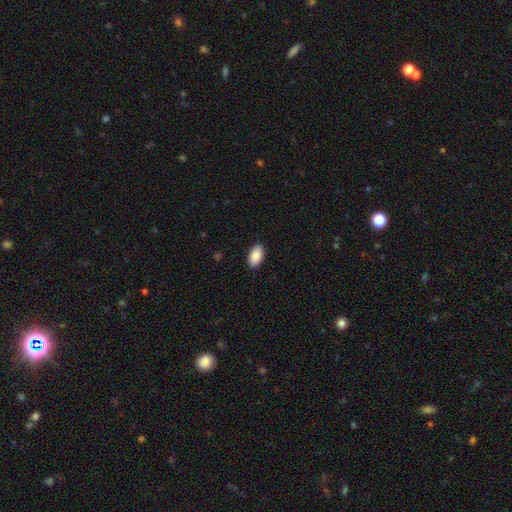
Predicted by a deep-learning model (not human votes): Overall: smooth (90%). How rounded: in between (95%). Merging: none (90%).